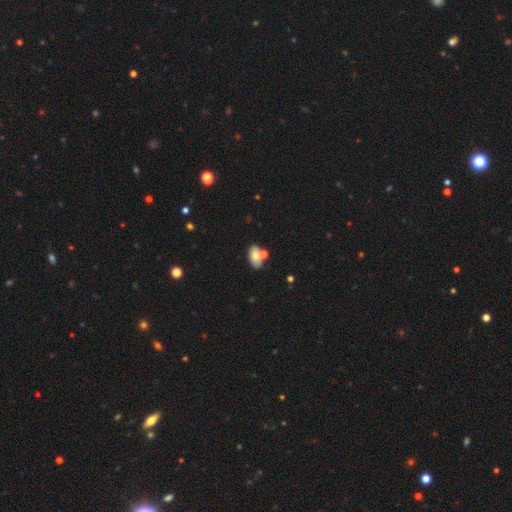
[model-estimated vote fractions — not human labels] smooth_or_featured: smooth (p=0.68) [alt: featured or disk p=0.23]
how_rounded: in between (p=0.90) [alt: round p=0.08]
merging: none (p=0.53) [alt: merger p=0.27]